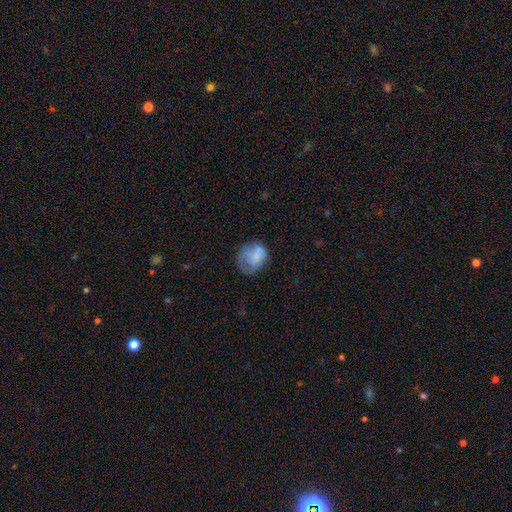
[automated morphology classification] The model was most divided on "merging": none: 43%, minor disturbance: 32%, major disturbance: 20%, merger: 5%. More confident: smooth or featured — smooth (71%); how rounded — round (59%).